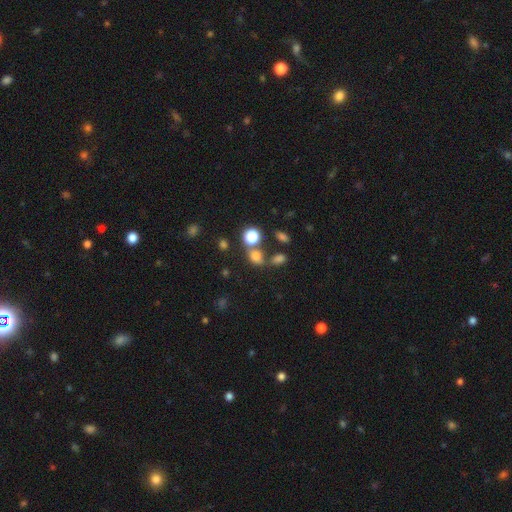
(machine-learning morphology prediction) Smooth or featured: smooth — 72% (star or artifact — 20%)
How rounded: round — 55% (in between — 43%)
Merging: none — 54% (merger — 26%)